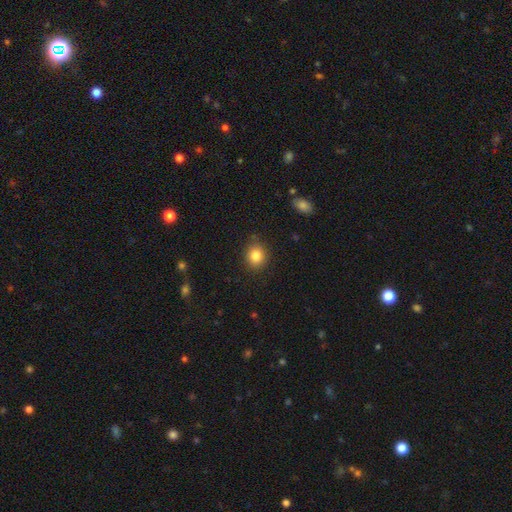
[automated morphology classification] Smooth or featured? Predicted: smooth (p=0.84). How rounded? Predicted: round (p=0.71). Merging? Predicted: none (p=0.87).